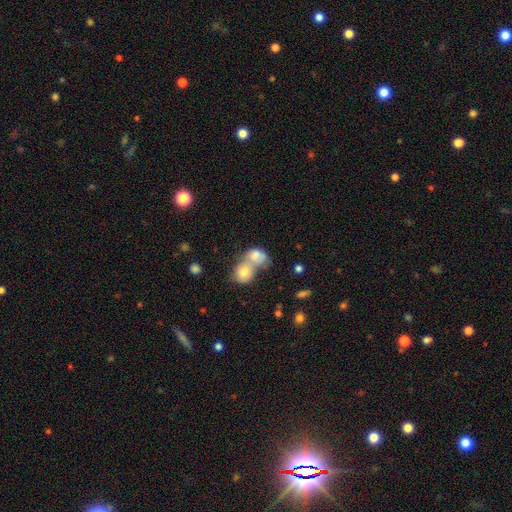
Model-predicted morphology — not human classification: Smooth or featured? Predicted: smooth (p=0.74). How rounded? Predicted: in between (p=0.52). Merging? Predicted: merger (p=0.76).